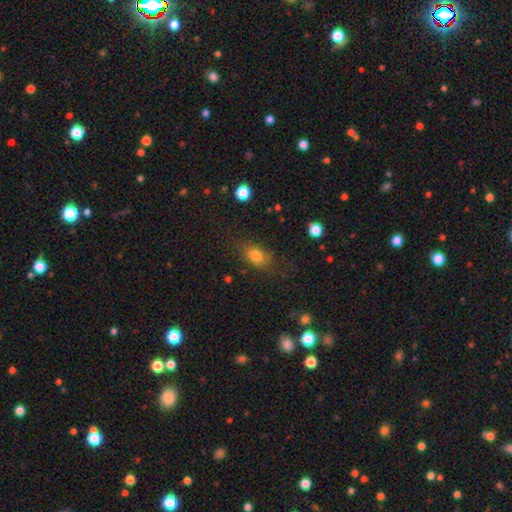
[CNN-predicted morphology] This appears to be a smooth galaxy with no disk features (77%) that is in between round and cigar-shaped (73%). Merging: none (71%).